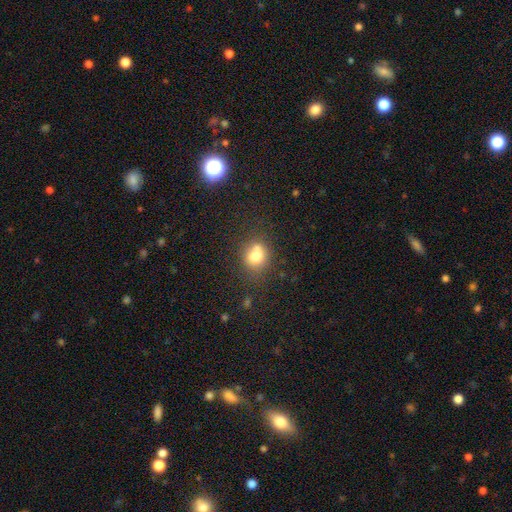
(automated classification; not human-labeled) A smooth galaxy with no disk features (74%) that is round (70%).

Vote fractions:
- Smooth or featured? smooth: 74% / featured or disk: 14% / star or artifact: 12%
- How rounded? round: 70% / in between: 30% / cigar-shaped: 1%
- Merging? none: 53% / merger: 26% / minor disturbance: 15% / major disturbance: 5%